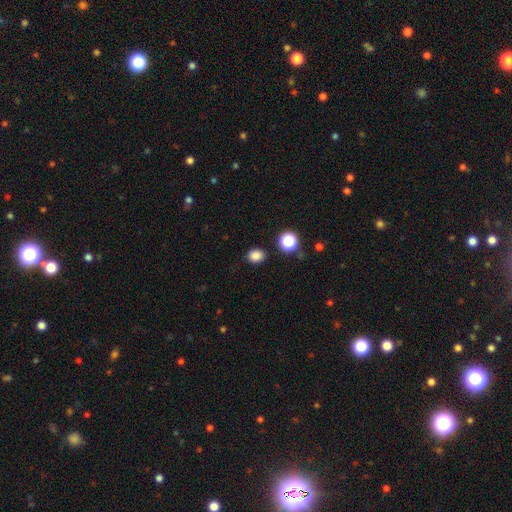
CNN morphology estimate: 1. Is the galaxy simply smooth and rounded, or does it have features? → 84% smooth, 13% star or artifact, 3% featured or disk.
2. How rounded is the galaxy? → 56% round, 44% in between, 1% cigar-shaped.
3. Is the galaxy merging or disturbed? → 86% none, 9% minor disturbance, 3% major disturbance, 2% merger.